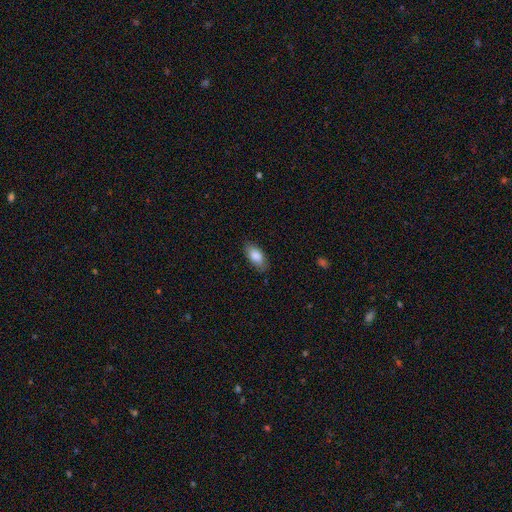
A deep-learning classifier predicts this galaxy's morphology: smooth_or_featured: smooth (p=0.85) [alt: featured or disk p=0.08]
how_rounded: in between (p=0.90) [alt: cigar-shaped p=0.08]
merging: none (p=0.82) [alt: minor disturbance p=0.14]